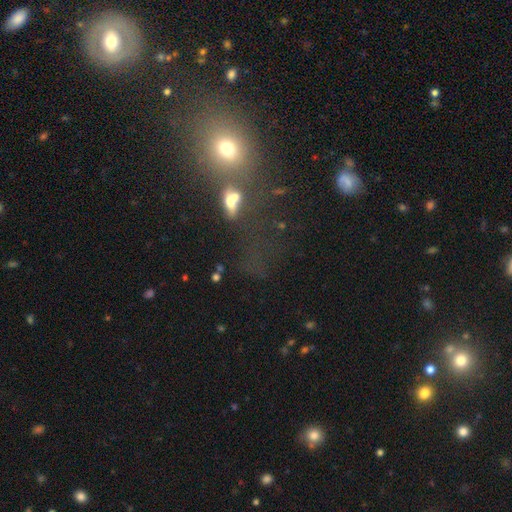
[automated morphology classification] Smooth or featured? Predicted: star or artifact (p=0.45).